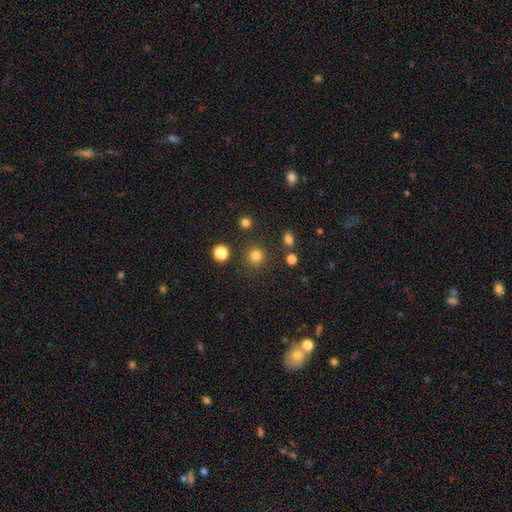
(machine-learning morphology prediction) This appears to be a smooth galaxy with no disk features (81%) that is round (94%). Merging: none (88%).